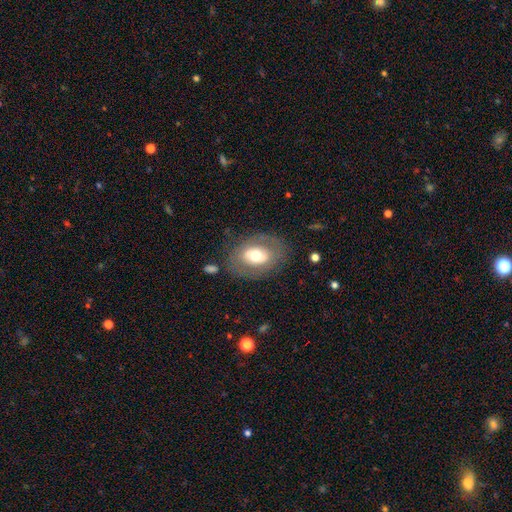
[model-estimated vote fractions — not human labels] Overall: smooth (49%; featured or disk 43%). Merging: none (75%).